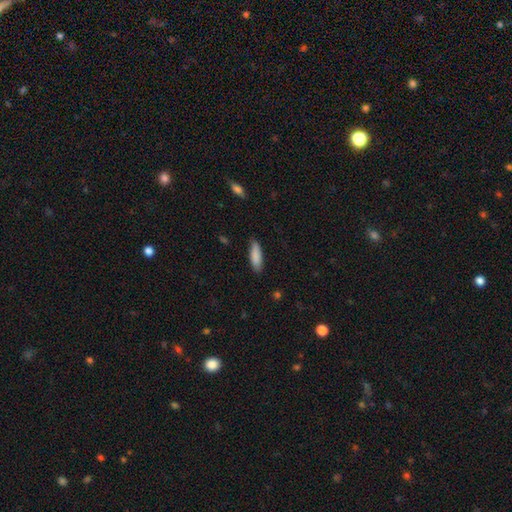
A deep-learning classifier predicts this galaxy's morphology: smooth-or-featured: smooth: 87% | featured or disk: 7% | star or artifact: 6%
  how-rounded: cigar-shaped: 50% | in between: 49% | round: 1%
  merging: none: 83% | minor disturbance: 13% | major disturbance: 2% | merger: 1%